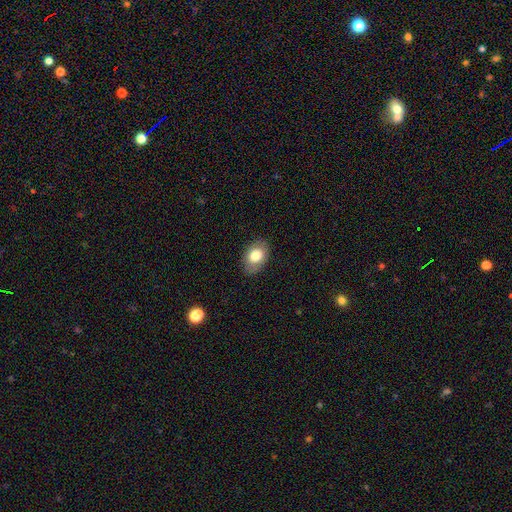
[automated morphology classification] This appears to be a smooth galaxy with no disk features (77%) that is in between round and cigar-shaped (85%). Merging: none (83%).